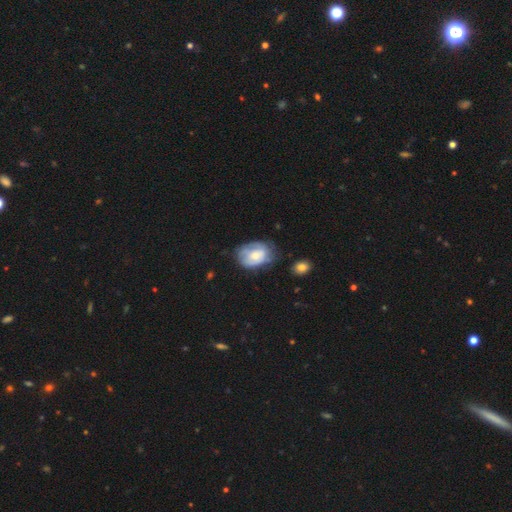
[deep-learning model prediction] smooth-or-featured: smooth: 48% | featured or disk: 44% | star or artifact: 8%
  merging: none: 51% | minor disturbance: 31% | major disturbance: 15% | merger: 3%